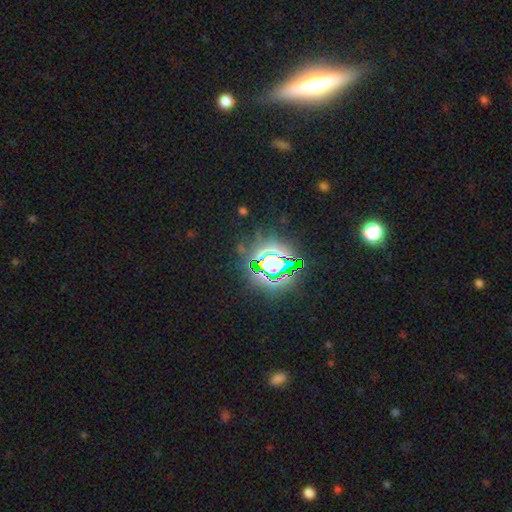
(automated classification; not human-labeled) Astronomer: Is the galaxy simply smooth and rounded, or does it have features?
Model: star or artifact — 77%.